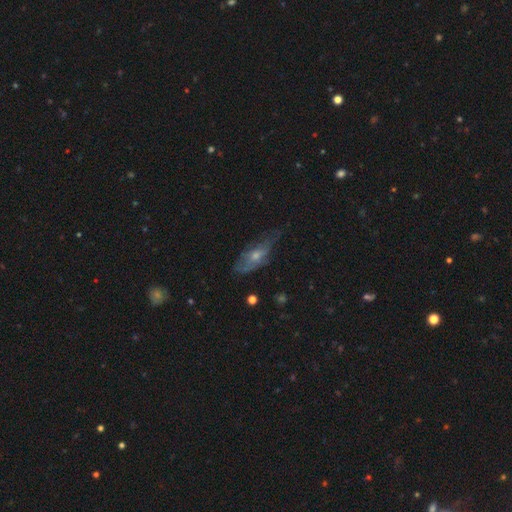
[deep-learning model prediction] The model was most divided on "smooth or featured": featured or disk: 53%, smooth: 35%, star or artifact: 12%. More confident: edge-on disk — no (70%); merging — none (51%).